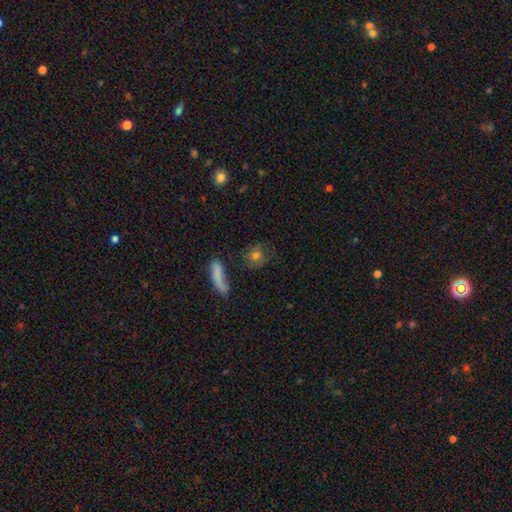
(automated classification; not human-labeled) Smooth or featured? Predicted: smooth (p=0.70). How rounded? Predicted: round (p=0.61). Merging? Predicted: none (p=0.67).